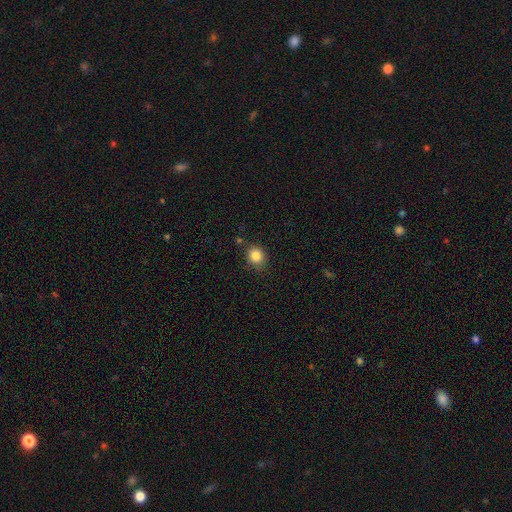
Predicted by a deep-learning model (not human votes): The model was most divided on "how rounded": round: 73%, in between: 26%, cigar-shaped: 1%. More confident: smooth or featured — smooth (84%); merging — none (78%).